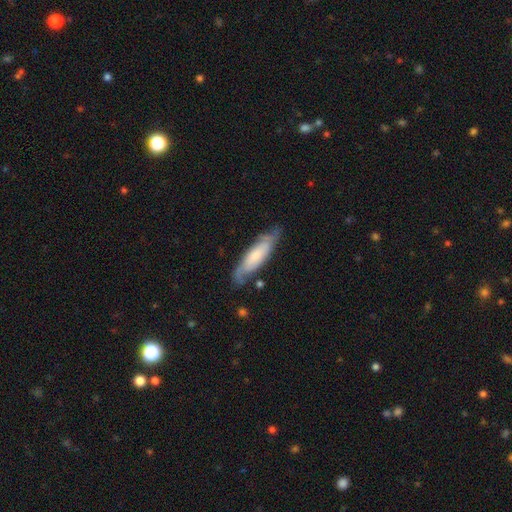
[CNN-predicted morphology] The model was most divided on "smooth or featured": featured or disk: 54%, smooth: 40%, star or artifact: 6%. More confident: merging — none (70%); edge-on disk — no (66%).